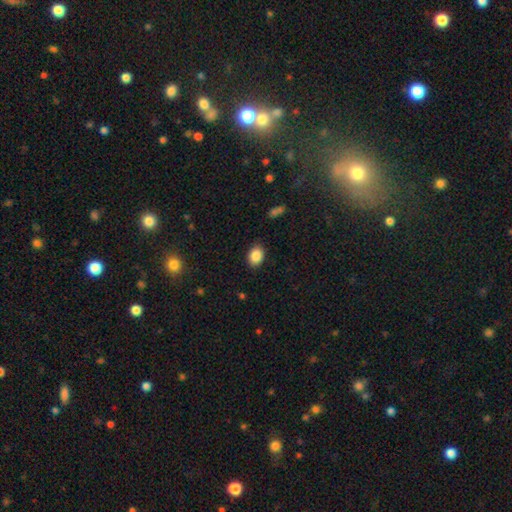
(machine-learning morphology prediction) The model was most divided on "how rounded": in between: 68%, round: 31%, cigar-shaped: 1%. More confident: smooth or featured — smooth (88%); merging — none (86%).